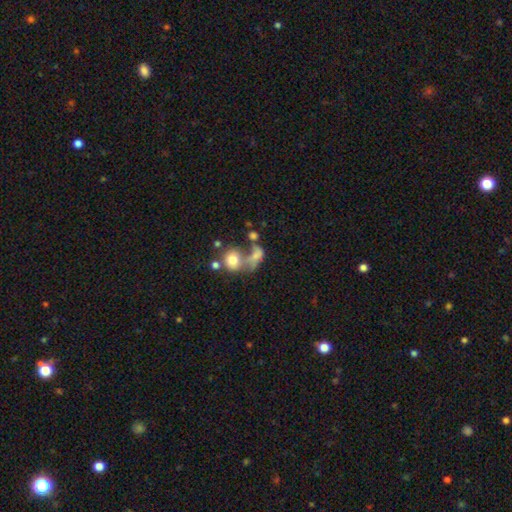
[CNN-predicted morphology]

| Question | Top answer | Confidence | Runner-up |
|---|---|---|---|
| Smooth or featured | smooth | 62% | featured or disk (24%) |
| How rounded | in between | 55% | round (41%) |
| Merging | merger | 51% | major disturbance (20%) |